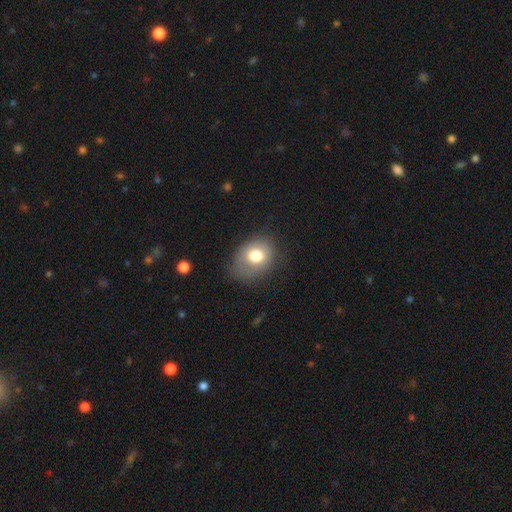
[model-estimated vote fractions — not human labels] Overall: smooth (74%). How rounded: in between (60%; round 39%). Merging: none (58%; minor disturbance 27%).